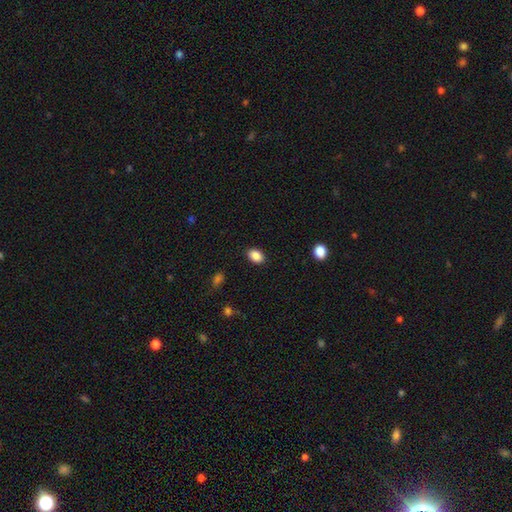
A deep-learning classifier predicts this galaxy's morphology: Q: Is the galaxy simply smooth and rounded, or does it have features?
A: smooth — 88%.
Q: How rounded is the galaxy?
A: in between — 83%.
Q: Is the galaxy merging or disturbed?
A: none — 89%.